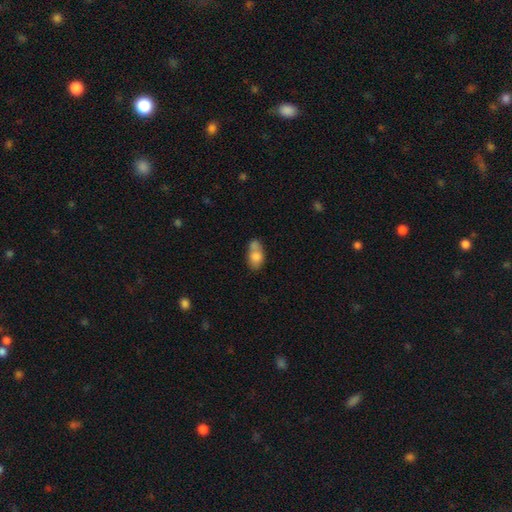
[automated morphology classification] A smooth galaxy with no disk features (75%) that is in between round and cigar-shaped (86%). Merging: none (39%).